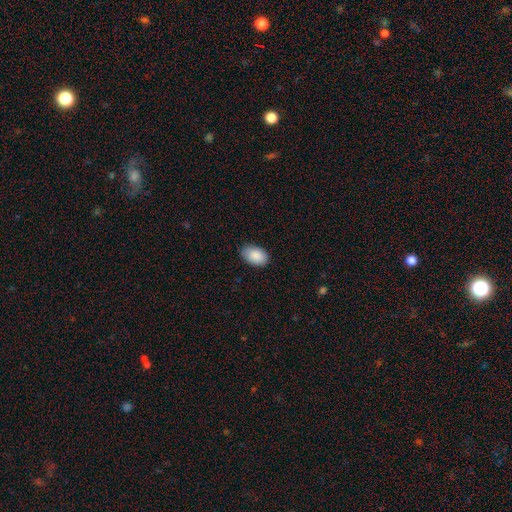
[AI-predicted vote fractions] smooth_or_featured: smooth (p=0.90) [alt: star or artifact p=0.06]
how_rounded: in between (p=0.92) [alt: round p=0.07]
merging: none (p=0.83) [alt: minor disturbance p=0.13]